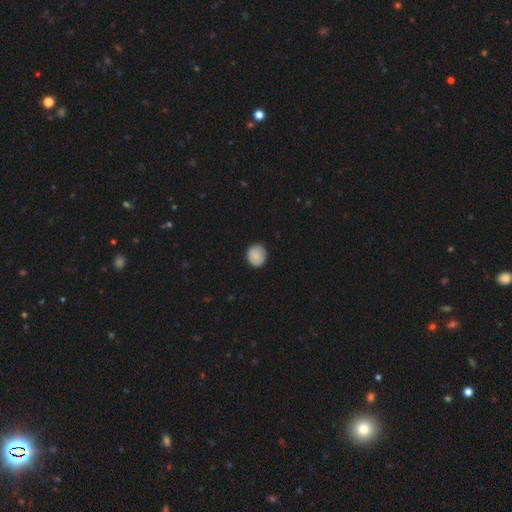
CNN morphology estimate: Overall: smooth (85%). How rounded: round (89%). Merging: none (86%).